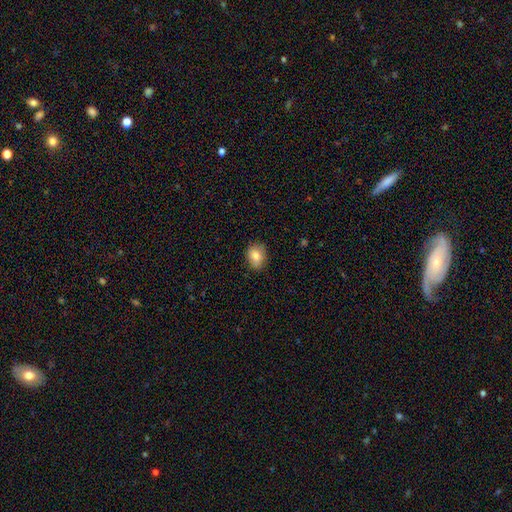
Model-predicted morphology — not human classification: Smooth or featured? Predicted: smooth (p=0.82). How rounded? Predicted: in between (p=0.56). Merging? Predicted: none (p=0.82).